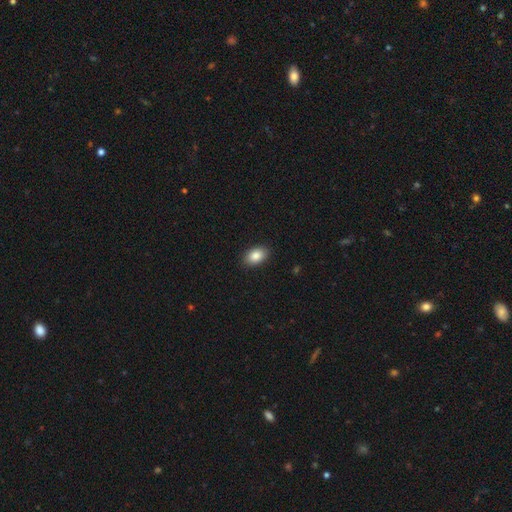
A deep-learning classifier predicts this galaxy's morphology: Smooth or featured: smooth — 87% (star or artifact — 7%)
How rounded: in between — 89% (round — 9%)
Merging: none — 89% (minor disturbance — 8%)